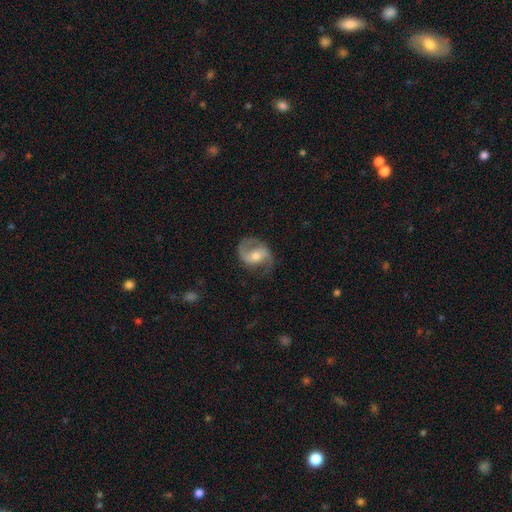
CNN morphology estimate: This appears to be a featured or disk galaxy (84%) with a weak bar (44%), 2 (89%) medium (50%) spiral arms (95%) and a moderate central bulge (60%). Merging: none (73%).